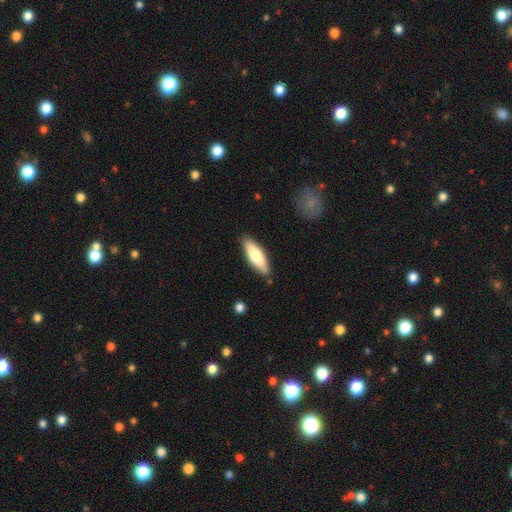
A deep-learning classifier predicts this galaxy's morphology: The model was most divided on "how rounded": in between: 52%, cigar-shaped: 47%, round: 2%. More confident: merging — none (84%); smooth or featured — smooth (68%).